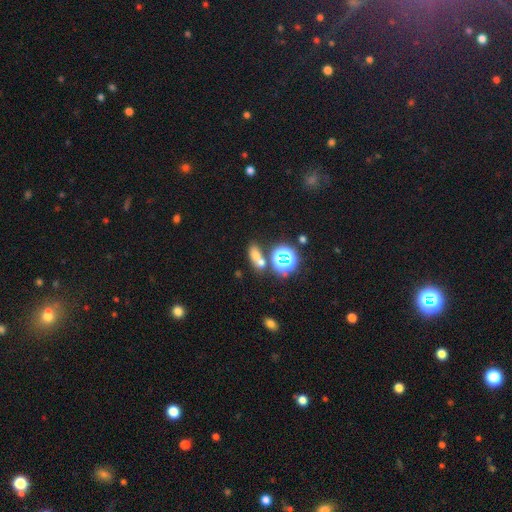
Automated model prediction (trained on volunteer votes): This is possibly a smooth galaxy (56%). How rounded: likely in between (64%). Merging: possibly none (50%).